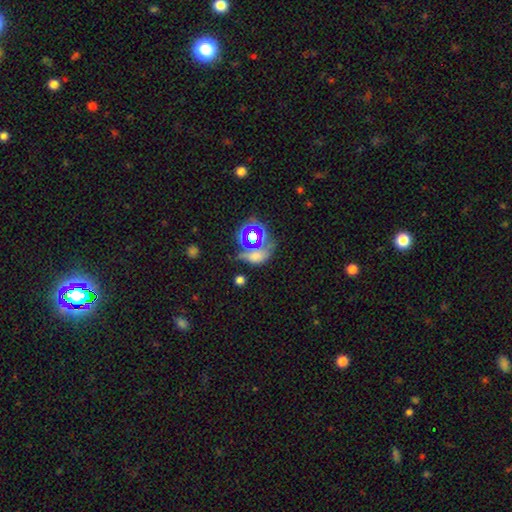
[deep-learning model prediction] smooth 50%, star or artifact 32%, featured or disk 17%. Down the decision tree: how rounded — in between (65%); merging — none (44%).